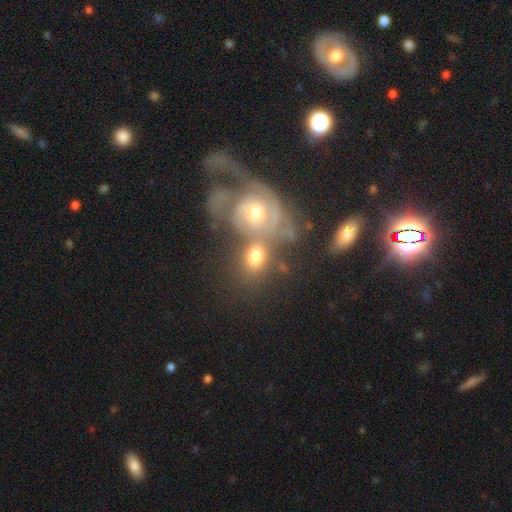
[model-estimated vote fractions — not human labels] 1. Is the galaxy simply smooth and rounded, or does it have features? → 50% smooth, 39% featured or disk, 10% star or artifact.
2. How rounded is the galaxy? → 56% in between, 43% round, 2% cigar-shaped.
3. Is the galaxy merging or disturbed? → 55% merger, 24% none, 10% major disturbance, 10% minor disturbance.